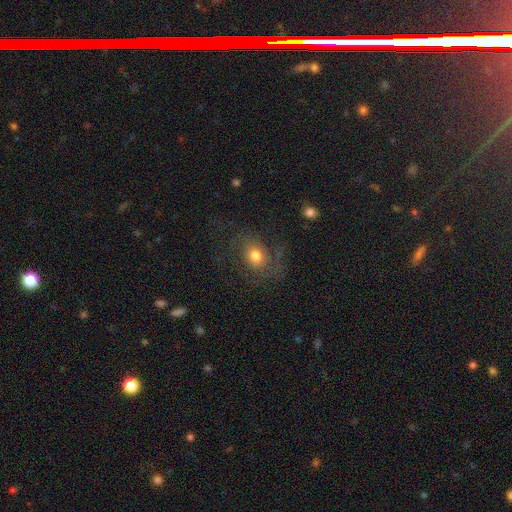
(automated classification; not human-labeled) smooth_or_featured: smooth (p=0.51) [alt: featured or disk p=0.37]
how_rounded: round (p=0.59) [alt: in between p=0.39]
merging: none (p=0.58) [alt: major disturbance p=0.22]